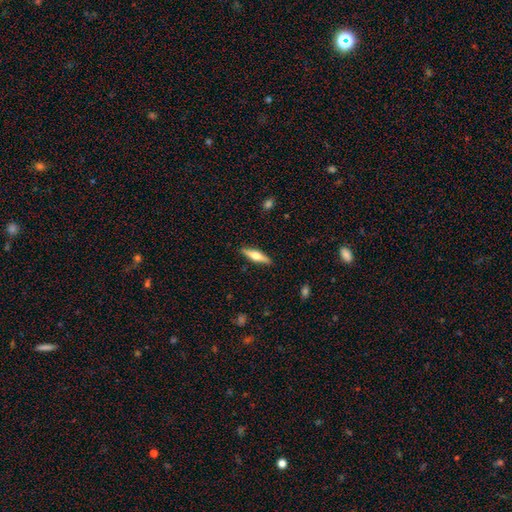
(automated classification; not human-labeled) Smooth or featured?
  - featured or disk: 56% *
  - smooth: 39%
  - star or artifact: 6%
Edge-on disk?
  - yes: 95% *
  - no: 5%
Edge-on bulge?
  - rounded: 94% *
  - boxy: 3%
  - none: 2%
Merging?
  - none: 90% *
  - minor disturbance: 7%
  - major disturbance: 2%
  - merger: 1%